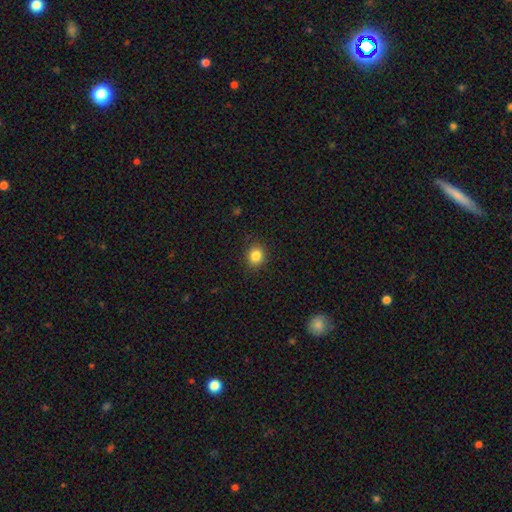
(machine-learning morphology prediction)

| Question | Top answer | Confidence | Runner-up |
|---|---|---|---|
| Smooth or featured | smooth | 84% | star or artifact (11%) |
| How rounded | round | 75% | in between (24%) |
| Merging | none | 89% | minor disturbance (8%) |